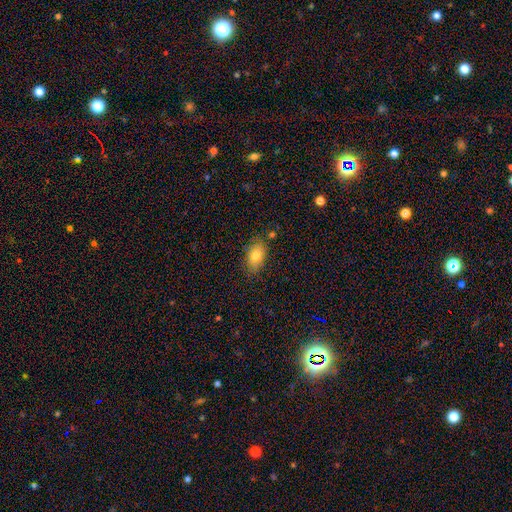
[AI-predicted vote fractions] A smooth galaxy with no disk features (78%) that is in between round and cigar-shaped (87%).

Vote fractions:
- Smooth or featured? smooth: 78% / featured or disk: 14% / star or artifact: 9%
- How rounded? in between: 87% / round: 10% / cigar-shaped: 2%
- Merging? none: 80% / minor disturbance: 14% / major disturbance: 3% / merger: 2%